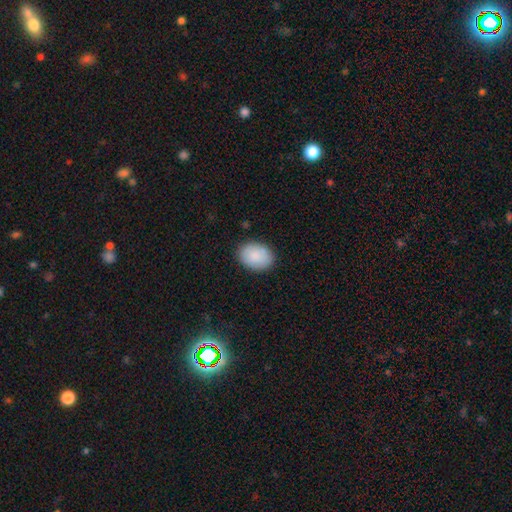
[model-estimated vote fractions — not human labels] Smooth or featured?
  - smooth: 88% *
  - featured or disk: 6%
  - star or artifact: 6%
How rounded?
  - in between: 75% *
  - round: 24%
  - cigar-shaped: 1%
Merging?
  - none: 87% *
  - minor disturbance: 10%
  - major disturbance: 2%
  - merger: 1%